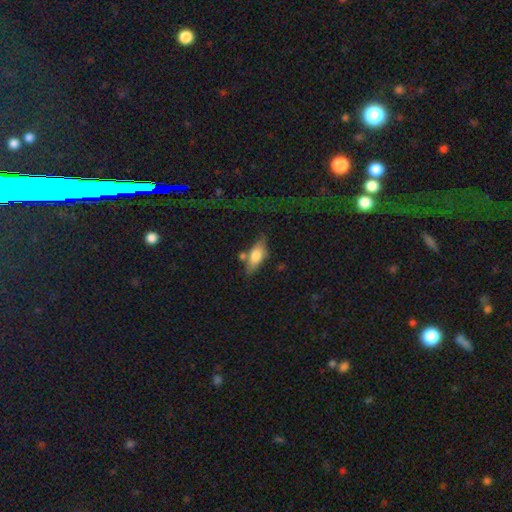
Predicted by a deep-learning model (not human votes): Smooth or featured? Predicted: smooth (p=0.66). How rounded? Predicted: in between (p=0.71). Merging? Predicted: none (p=0.65).